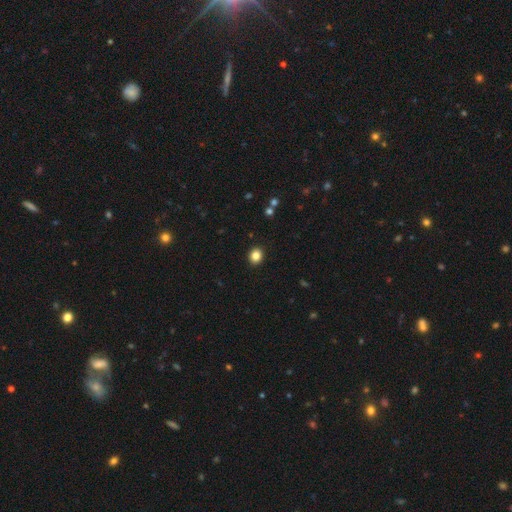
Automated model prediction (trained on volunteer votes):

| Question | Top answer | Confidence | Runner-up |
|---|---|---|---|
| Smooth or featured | smooth | 85% | star or artifact (11%) |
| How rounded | round | 69% | in between (30%) |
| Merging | none | 92% | minor disturbance (6%) |